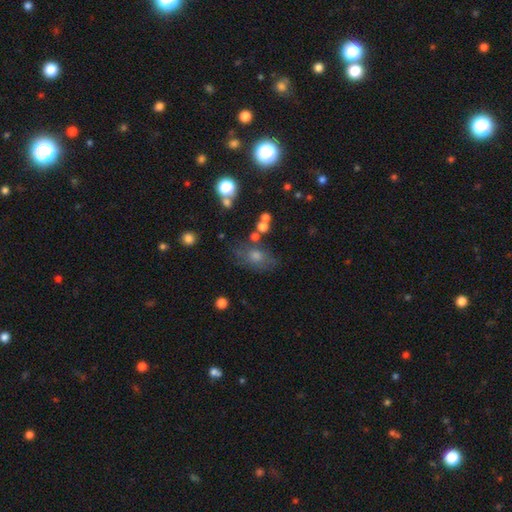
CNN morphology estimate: smooth_or_featured: smooth (p=0.57) [alt: featured or disk p=0.22]
how_rounded: in between (p=0.68) [alt: round p=0.29]
merging: none (p=0.63) [alt: minor disturbance p=0.20]